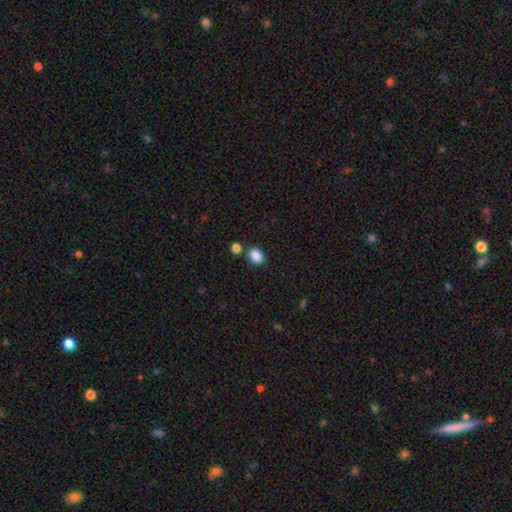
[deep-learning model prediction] Smooth or featured? Predicted: smooth (p=0.87). How rounded? Predicted: round (p=0.54). Merging? Predicted: none (p=0.78).